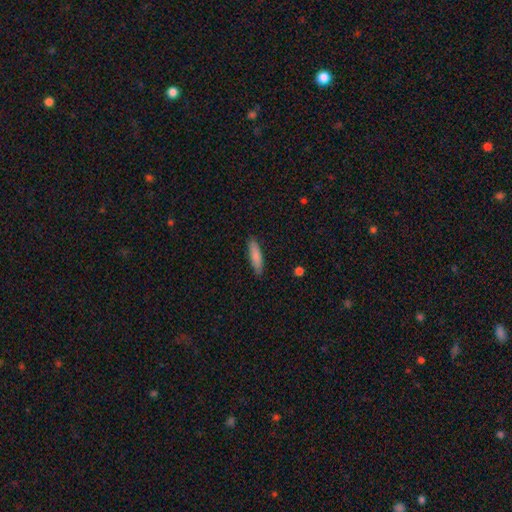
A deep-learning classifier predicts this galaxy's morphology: smooth 84%, featured or disk 10%, star or artifact 6%. Down the decision tree: how rounded — cigar-shaped (70%); merging — none (88%).